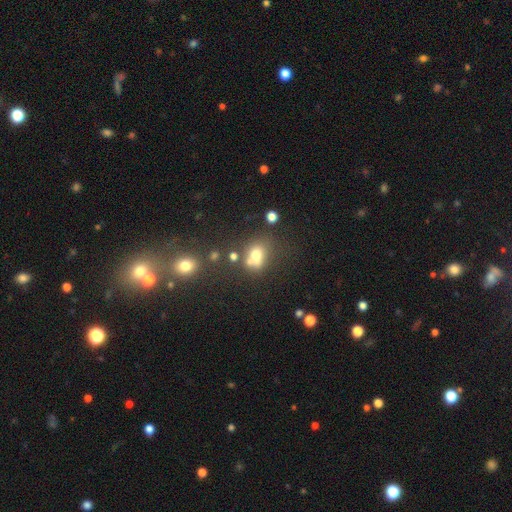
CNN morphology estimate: type=smooth (66%); roundness=round (51%); merging=none (39%).